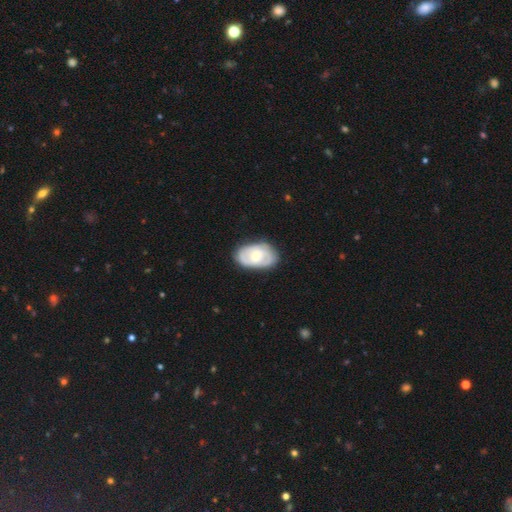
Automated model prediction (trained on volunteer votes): A featured or disk galaxy (57%) with no bar (73%), spiral arms (59%) and a moderate central bulge (56%). Merging: none (76%).